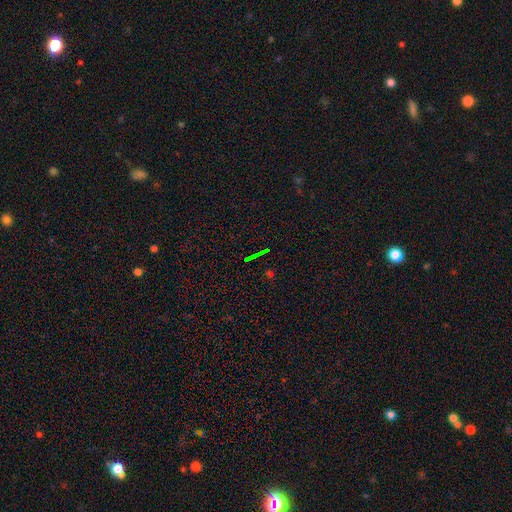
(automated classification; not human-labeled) Morphology: type=star or artifact (67%).